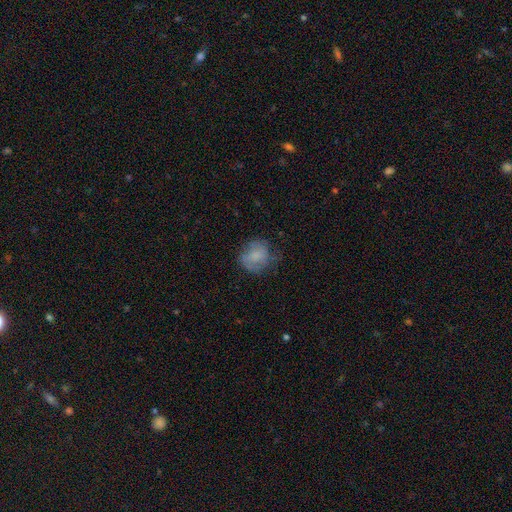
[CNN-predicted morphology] The model was most divided on "merging": none: 57%, minor disturbance: 27%, major disturbance: 14%, merger: 2%. More confident: how rounded — round (73%); smooth or featured — smooth (68%).